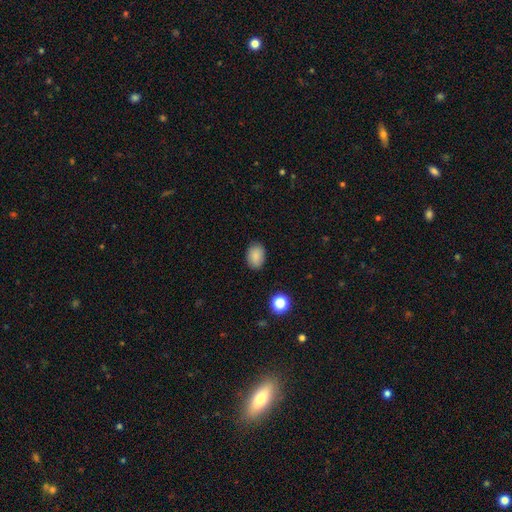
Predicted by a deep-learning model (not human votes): Smooth or featured?
  - smooth: 86% *
  - star or artifact: 9%
  - featured or disk: 5%
How rounded?
  - in between: 77% *
  - round: 22%
  - cigar-shaped: 1%
Merging?
  - none: 85% *
  - minor disturbance: 11%
  - major disturbance: 3%
  - merger: 1%